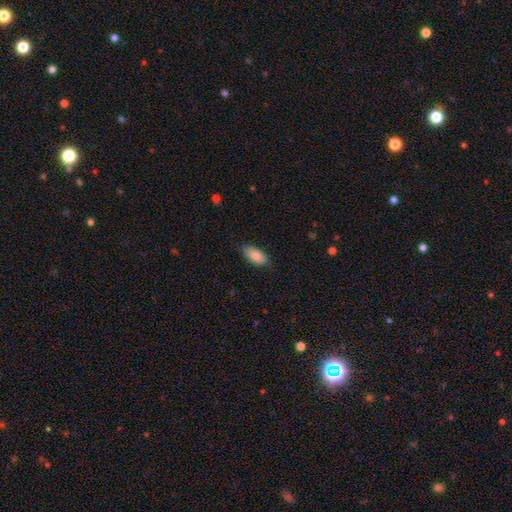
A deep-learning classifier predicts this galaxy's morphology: smooth_or_featured: smooth (p=0.86) [alt: featured or disk p=0.08]
how_rounded: in between (p=0.88) [alt: cigar-shaped p=0.09]
merging: none (p=0.80) [alt: minor disturbance p=0.16]